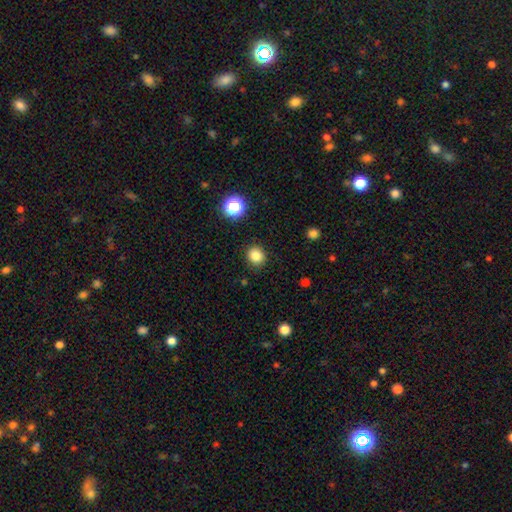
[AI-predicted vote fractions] Smooth or featured?
  - smooth: 83% *
  - star or artifact: 13%
  - featured or disk: 4%
How rounded?
  - round: 86% *
  - in between: 13%
  - cigar-shaped: 1%
Merging?
  - none: 90% *
  - minor disturbance: 6%
  - major disturbance: 2%
  - merger: 1%